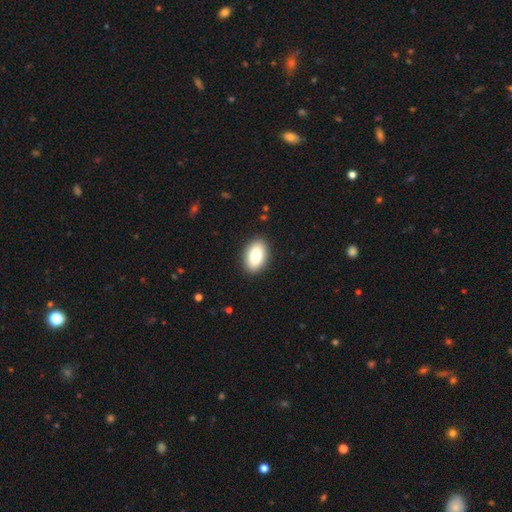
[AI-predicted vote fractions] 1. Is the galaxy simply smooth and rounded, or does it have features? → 80% smooth, 13% featured or disk, 7% star or artifact.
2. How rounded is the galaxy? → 89% in between, 9% round, 1% cigar-shaped.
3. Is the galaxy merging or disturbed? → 90% none, 7% minor disturbance, 2% major disturbance, 1% merger.